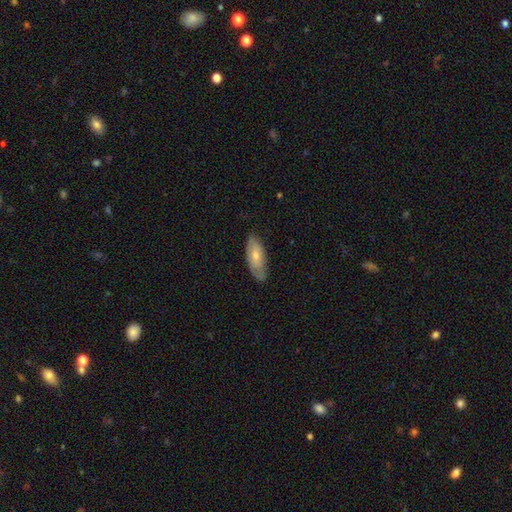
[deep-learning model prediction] Morphology: type=smooth (66%); roundness=in between (78%); merging=none (71%).